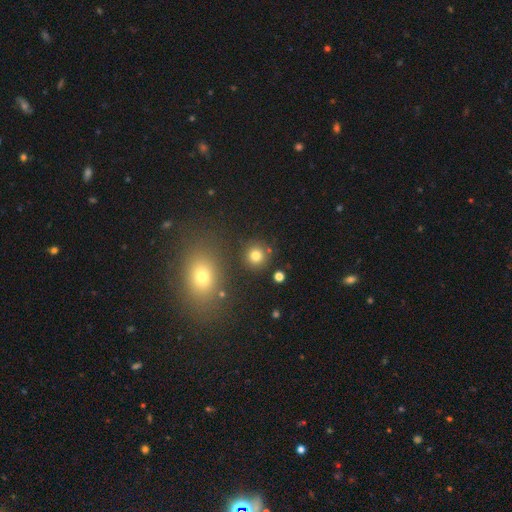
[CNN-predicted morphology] A smooth galaxy with no disk features (79%) that is round (91%). Merging: none (85%).